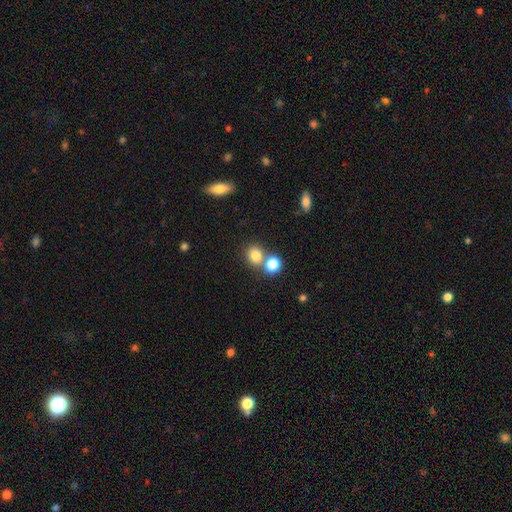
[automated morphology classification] smooth_or_featured: smooth (p=0.79) [alt: star or artifact p=0.14]
how_rounded: round (p=0.75) [alt: in between p=0.24]
merging: none (p=0.57) [alt: merger p=0.32]